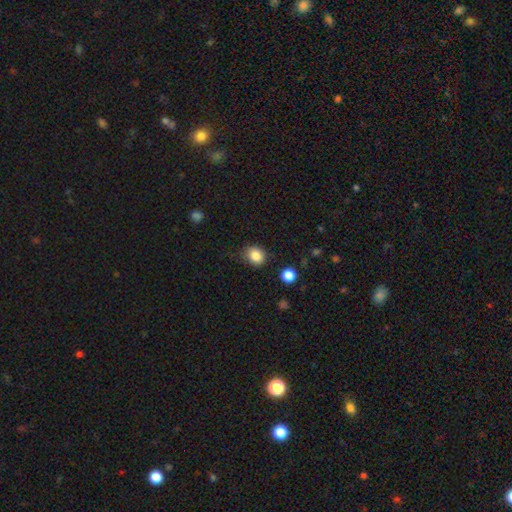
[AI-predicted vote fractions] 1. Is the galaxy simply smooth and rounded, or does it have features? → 84% smooth, 10% star or artifact, 5% featured or disk.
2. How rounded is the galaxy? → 65% round, 34% in between, 1% cigar-shaped.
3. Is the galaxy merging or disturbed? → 77% none, 17% minor disturbance, 4% major disturbance, 2% merger.